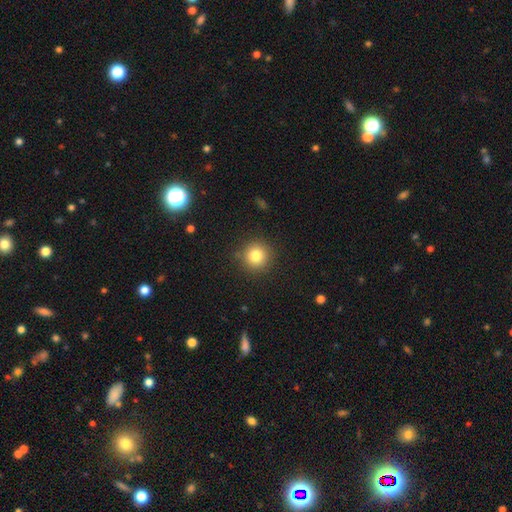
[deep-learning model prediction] A smooth galaxy with no disk features (81%) that is round (94%). Merging: none (89%).